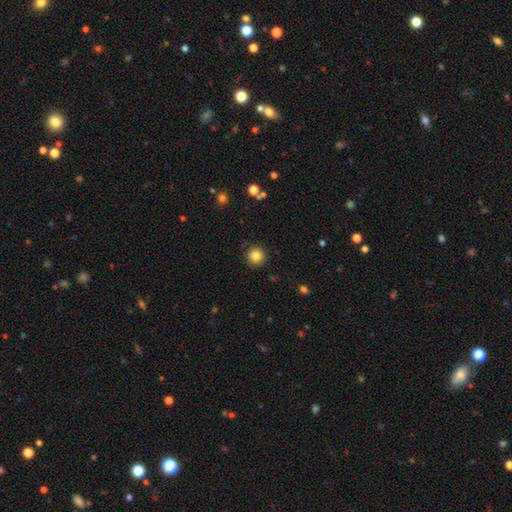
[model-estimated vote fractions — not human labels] This is clearly a smooth galaxy (84%). How rounded: clearly round (94%). Merging: clearly none (90%).